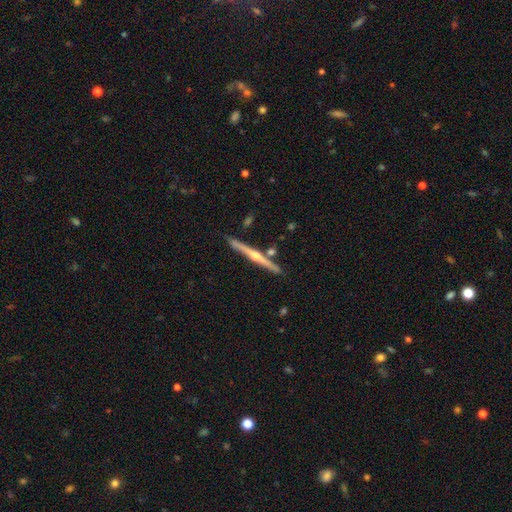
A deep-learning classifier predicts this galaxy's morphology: Overall: featured or disk (79%). Edge-on disk: yes (98%). Edge-on bulge: rounded (89%). Merging: none (86%).